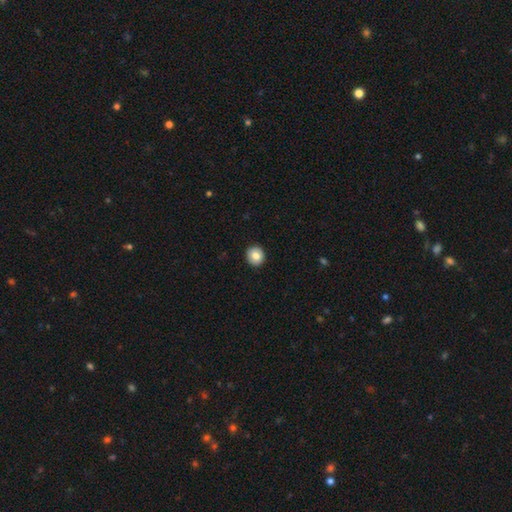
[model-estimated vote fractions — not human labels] The model was most divided on "smooth or featured": smooth: 82%, featured or disk: 10%, star or artifact: 8%. More confident: merging — none (92%); how rounded — round (86%).